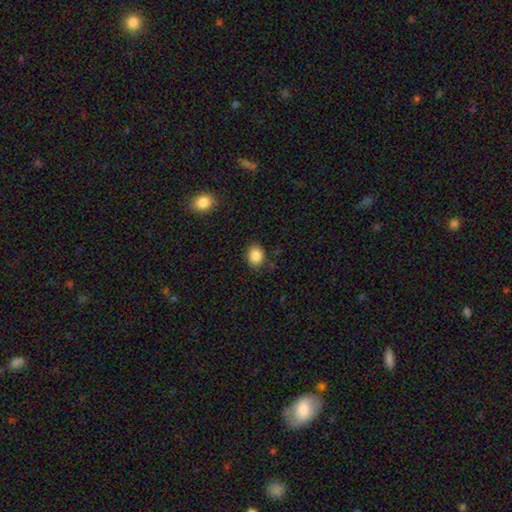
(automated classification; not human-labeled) smooth-or-featured: smooth: 86% | star or artifact: 9% | featured or disk: 4%
  how-rounded: round: 54% | in between: 45% | cigar-shaped: 1%
  merging: none: 83% | minor disturbance: 13% | major disturbance: 3% | merger: 2%